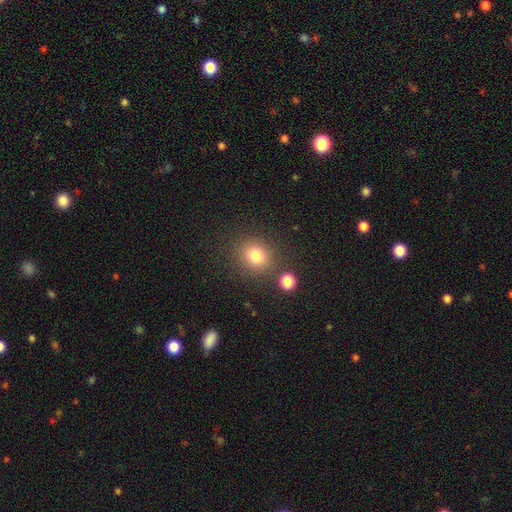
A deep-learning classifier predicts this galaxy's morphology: type=smooth (79%); roundness=round (80%); merging=none (82%).